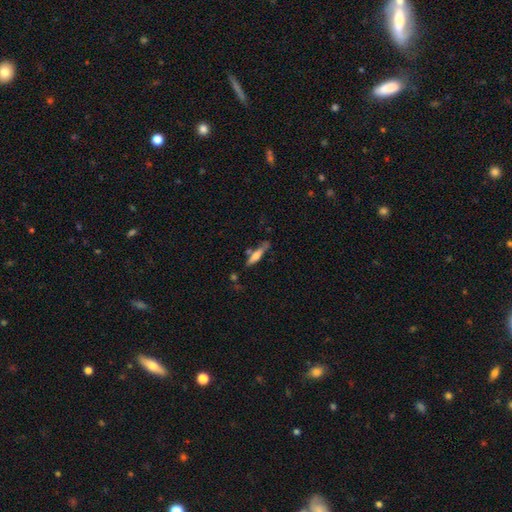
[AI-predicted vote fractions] A smooth galaxy with no disk features (51%) that is cigar-shaped (81%). Merging: none (65%).